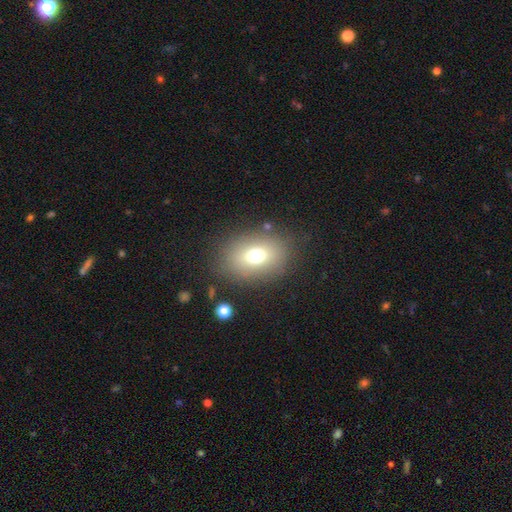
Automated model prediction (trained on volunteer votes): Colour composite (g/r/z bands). It shows a smooth galaxy with no disk features (70%) that is in between round and cigar-shaped (64%). Merging: none (81%).